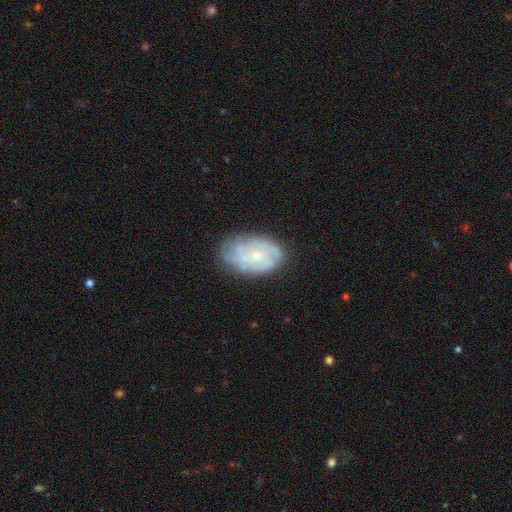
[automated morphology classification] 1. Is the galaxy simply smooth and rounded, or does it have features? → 66% featured or disk, 26% smooth, 8% star or artifact.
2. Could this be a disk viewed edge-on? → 96% no, 4% yes.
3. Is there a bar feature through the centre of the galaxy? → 79% no, 18% weak, 3% strong.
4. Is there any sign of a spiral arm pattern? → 81% yes, 19% no.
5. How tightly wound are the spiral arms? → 62% tight, 28% medium, 10% loose.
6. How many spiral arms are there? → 52% can't tell, 13% 3, 13% 4, 12% 2, 6% more than 4, 5% 1.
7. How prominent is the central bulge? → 72% small, 23% moderate, 3% none, 1% large, 1% dominant.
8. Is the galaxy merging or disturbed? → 73% none, 19% minor disturbance, 6% major disturbance, 1% merger.